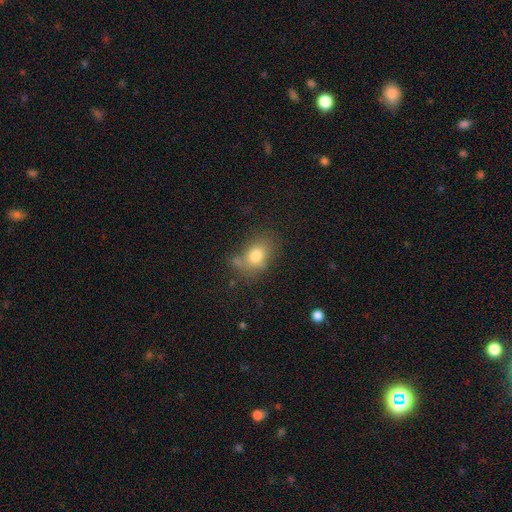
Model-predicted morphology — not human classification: This appears to be a smooth galaxy with no disk features (77%) that is in between round and cigar-shaped (71%). Merging: none (60%).